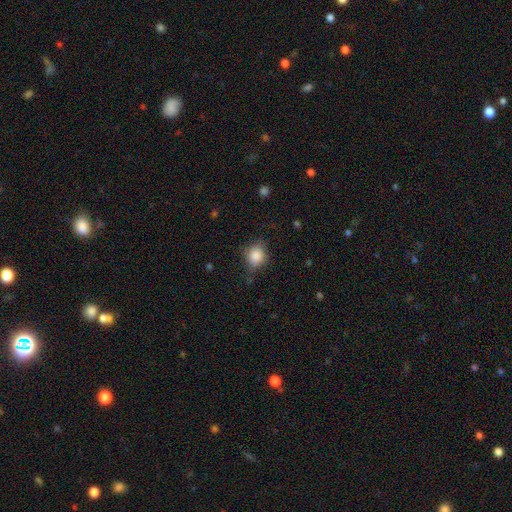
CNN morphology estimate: smooth_or_featured: smooth (p=0.85) [alt: star or artifact p=0.09]
how_rounded: round (p=0.65) [alt: in between p=0.34]
merging: none (p=0.69) [alt: minor disturbance p=0.24]